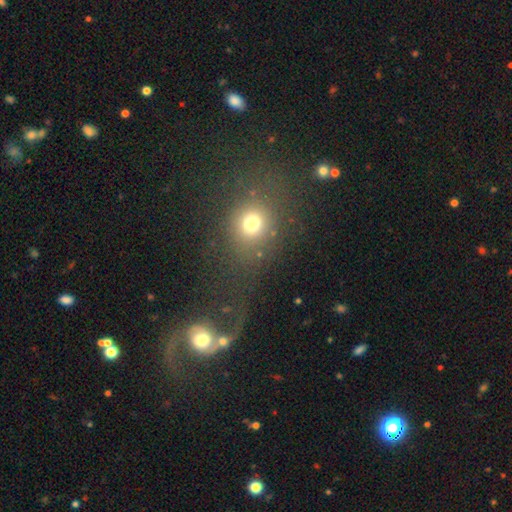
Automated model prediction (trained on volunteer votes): smooth 62%, featured or disk 22%, star or artifact 16%. Down the decision tree: how rounded — round (73%); merging — none (49%).